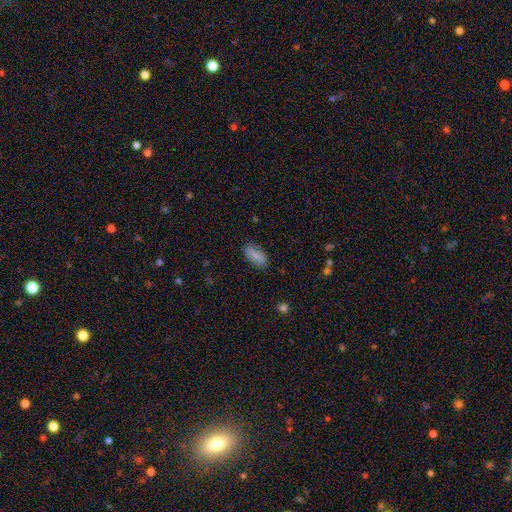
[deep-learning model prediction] A smooth galaxy with no disk features (86%) that is in between round and cigar-shaped (87%). Merging: none (82%).